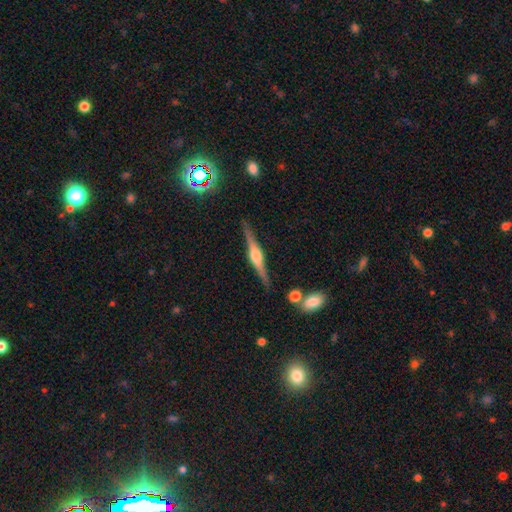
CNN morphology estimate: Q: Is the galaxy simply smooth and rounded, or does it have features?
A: featured or disk — 82%.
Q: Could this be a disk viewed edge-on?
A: yes — 98%.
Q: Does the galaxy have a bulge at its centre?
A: rounded — 85%.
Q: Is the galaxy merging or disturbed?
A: none — 88%.